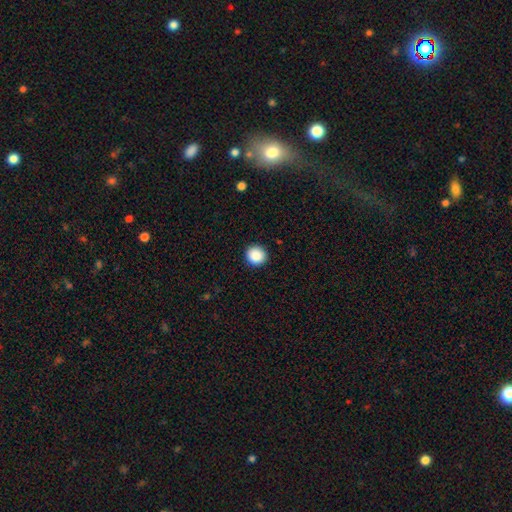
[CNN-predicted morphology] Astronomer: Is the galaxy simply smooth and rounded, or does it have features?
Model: smooth — 88%.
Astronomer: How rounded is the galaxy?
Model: round — 92%.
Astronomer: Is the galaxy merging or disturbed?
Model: none — 92%.